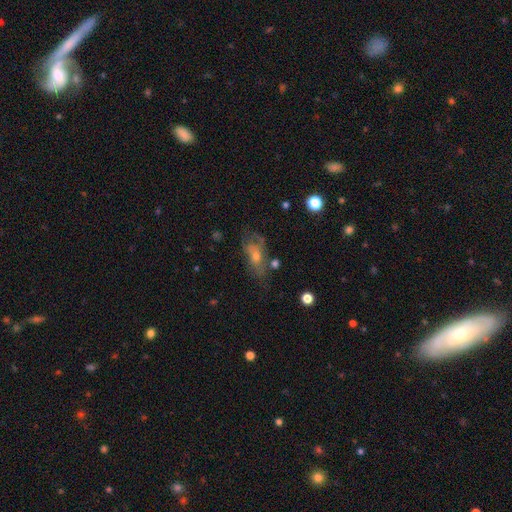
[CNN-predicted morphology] This is possibly a featured or disk galaxy (49%). Merging: possibly none (49%).